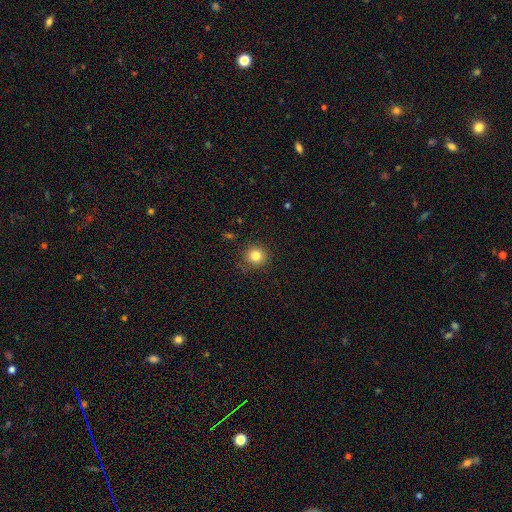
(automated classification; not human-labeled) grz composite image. It shows a smooth galaxy with no disk features (83%) that is round (91%). Merging: none (88%).